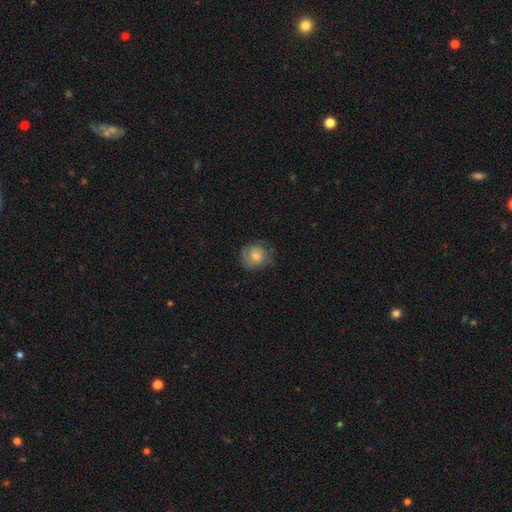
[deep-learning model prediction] Smooth or featured? smooth (69%)
How rounded? round (79%)
Merging? none (68%)